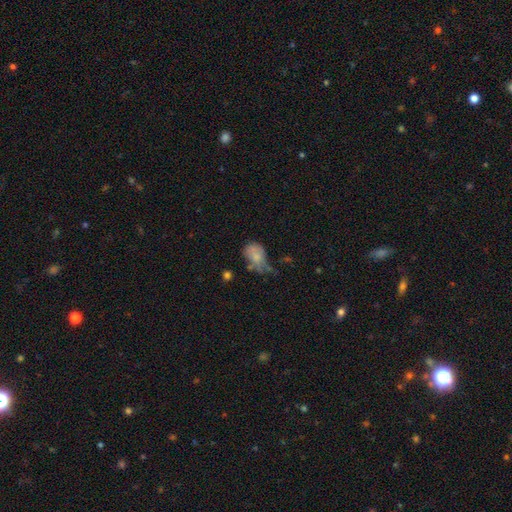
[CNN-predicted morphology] smooth-or-featured: smooth: 70% | featured or disk: 19% | star or artifact: 10%
  how-rounded: in between: 78% | round: 20% | cigar-shaped: 2%
  merging: minor disturbance: 34% | major disturbance: 28% | none: 27% | merger: 11%